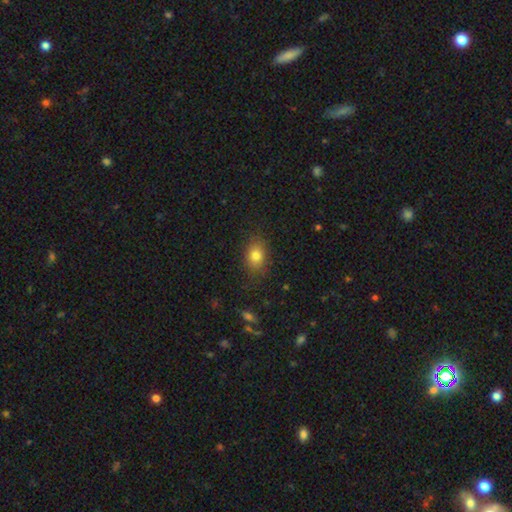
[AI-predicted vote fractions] This is clearly a smooth galaxy (81%). How rounded: likely in between (72%). Merging: clearly none (82%).